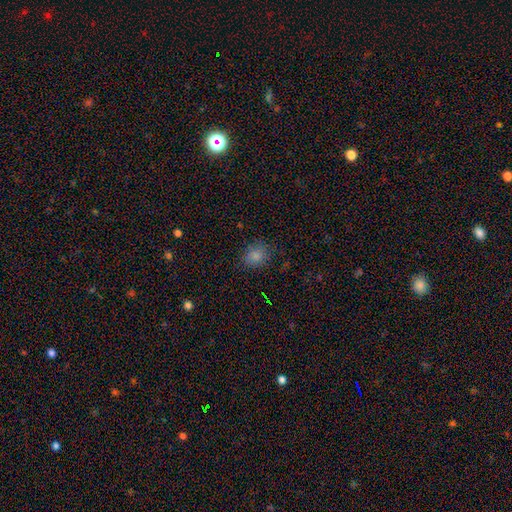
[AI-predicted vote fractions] smooth 82%, star or artifact 13%, featured or disk 6%. Down the decision tree: how rounded — round (51%); merging — none (79%).